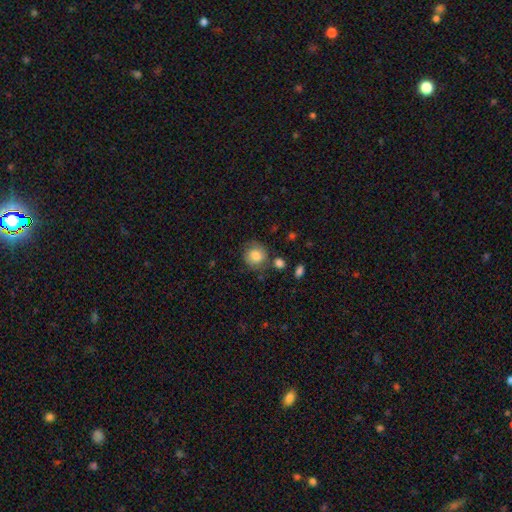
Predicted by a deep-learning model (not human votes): Smooth or featured: smooth — 79% (featured or disk — 12%)
How rounded: round — 84% (in between — 15%)
Merging: none — 72% (minor disturbance — 17%)